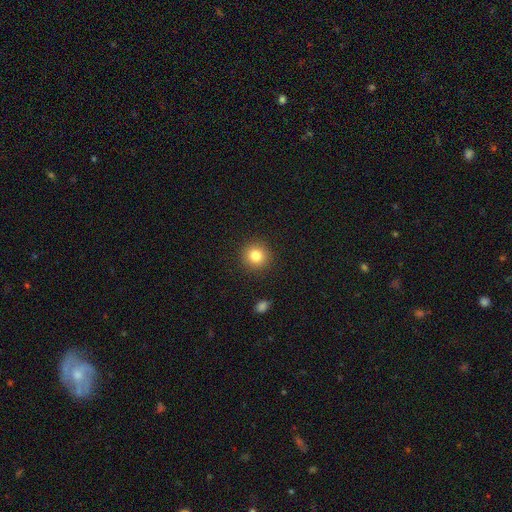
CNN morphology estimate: The model was most divided on "smooth or featured": smooth: 82%, star or artifact: 11%, featured or disk: 7%. More confident: how rounded — round (93%); merging — none (91%).